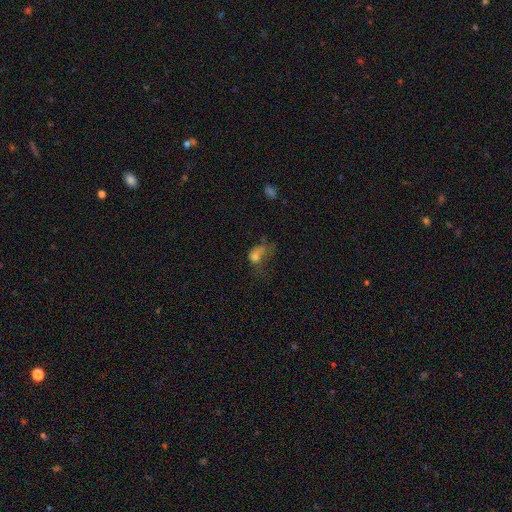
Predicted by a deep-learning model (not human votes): This is likely a smooth galaxy (65%). How rounded: likely in between (67%). Merging: possibly major disturbance (53%).